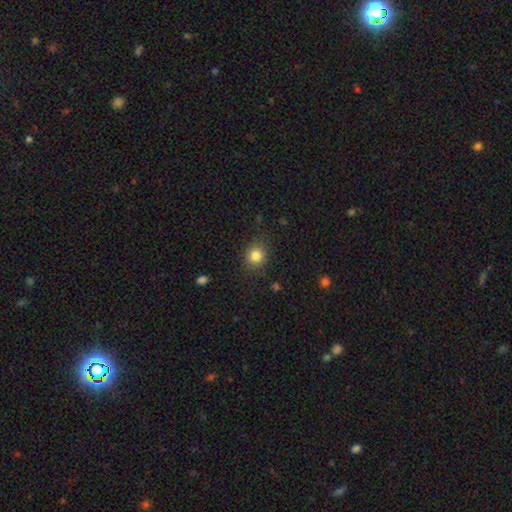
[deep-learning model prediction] A smooth galaxy with no disk features (83%) that is round (77%). Merging: none (84%).